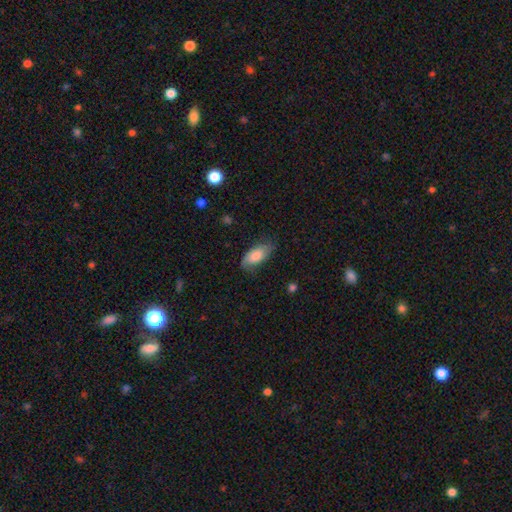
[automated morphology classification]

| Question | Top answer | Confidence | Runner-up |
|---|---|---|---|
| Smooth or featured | smooth | 74% | featured or disk (19%) |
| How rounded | in between | 90% | cigar-shaped (7%) |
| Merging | none | 70% | minor disturbance (23%) |